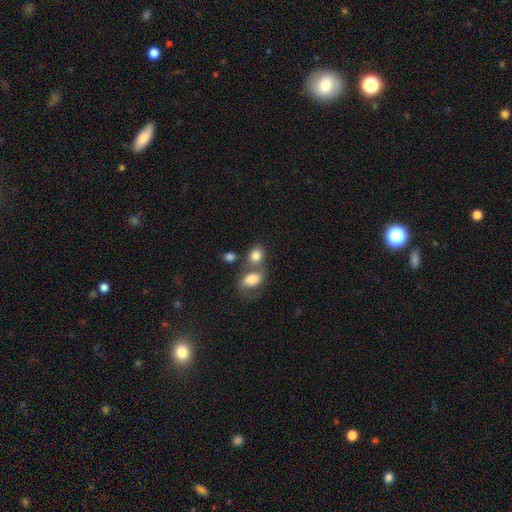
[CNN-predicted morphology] smooth-or-featured: smooth: 80% | featured or disk: 11% | star or artifact: 9%
  how-rounded: round: 52% | in between: 46% | cigar-shaped: 1%
  merging: merger: 44% | none: 40% | minor disturbance: 11% | major disturbance: 6%